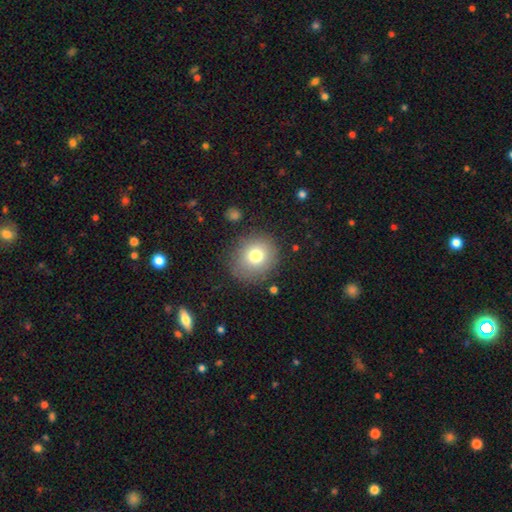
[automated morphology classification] The model was most divided on "how rounded": round: 79%, in between: 20%, cigar-shaped: 1%. More confident: merging — none (82%); smooth or featured — smooth (75%).